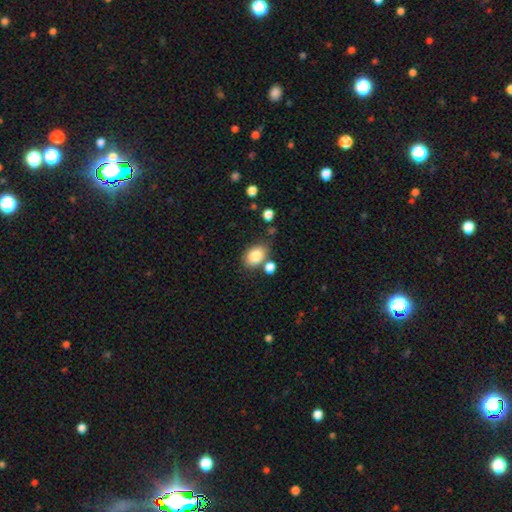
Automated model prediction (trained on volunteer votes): Q: Smooth or featured?
A: smooth (84%); runner-up: star or artifact (9%)
Q: How rounded?
A: in between (77%); runner-up: round (22%)
Q: Merging?
A: none (67%); runner-up: minor disturbance (15%)